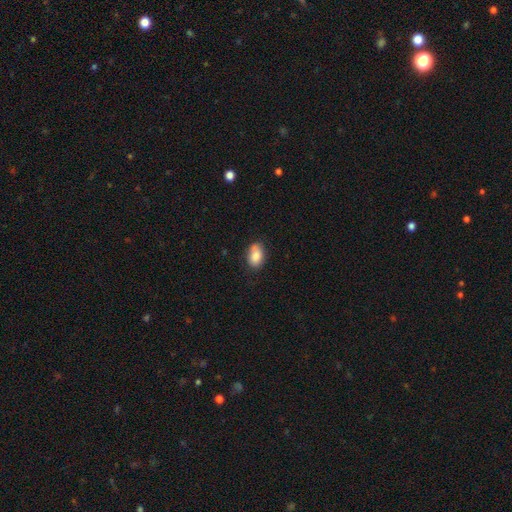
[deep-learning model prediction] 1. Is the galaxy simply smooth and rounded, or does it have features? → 86% smooth, 7% star or artifact, 7% featured or disk.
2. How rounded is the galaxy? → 89% in between, 9% round, 1% cigar-shaped.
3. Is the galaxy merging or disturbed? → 75% none, 20% minor disturbance, 4% major disturbance, 2% merger.